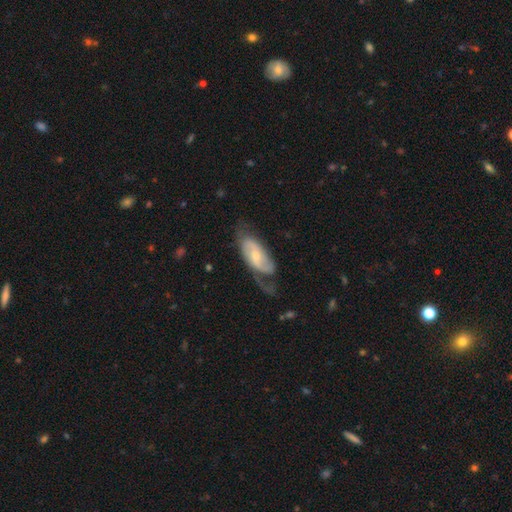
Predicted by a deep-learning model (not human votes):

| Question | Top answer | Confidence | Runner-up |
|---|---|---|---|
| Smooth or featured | featured or disk | 73% | smooth (22%) |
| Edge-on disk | no | 93% | yes (7%) |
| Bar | no | 44% | weak (40%) |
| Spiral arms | yes | 90% | no (10%) |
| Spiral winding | medium | 42% | loose (35%) |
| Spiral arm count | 2 | 72% | can't tell (12%) |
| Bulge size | small | 53% | moderate (41%) |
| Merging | none | 47% | minor disturbance (27%) |